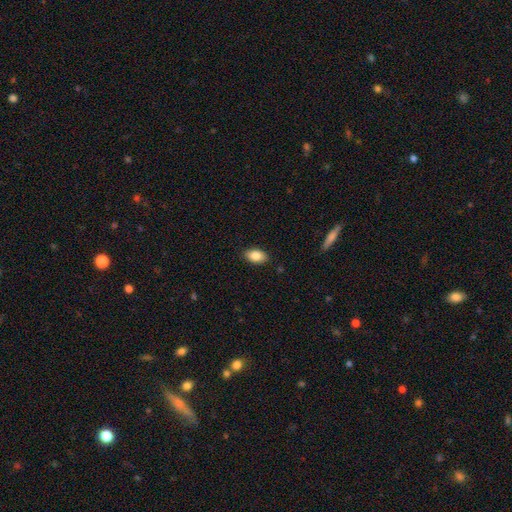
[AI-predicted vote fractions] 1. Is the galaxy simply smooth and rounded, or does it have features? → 86% smooth, 7% star or artifact, 6% featured or disk.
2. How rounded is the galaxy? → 91% in between, 7% round, 2% cigar-shaped.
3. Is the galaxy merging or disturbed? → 87% none, 10% minor disturbance, 2% major disturbance, 1% merger.